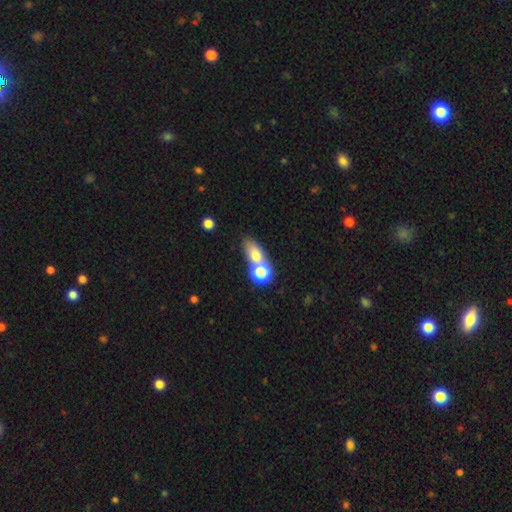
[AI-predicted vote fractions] Smooth or featured? Predicted: smooth (p=0.67). How rounded? Predicted: in between (p=0.63). Merging? Predicted: merger (p=0.46).